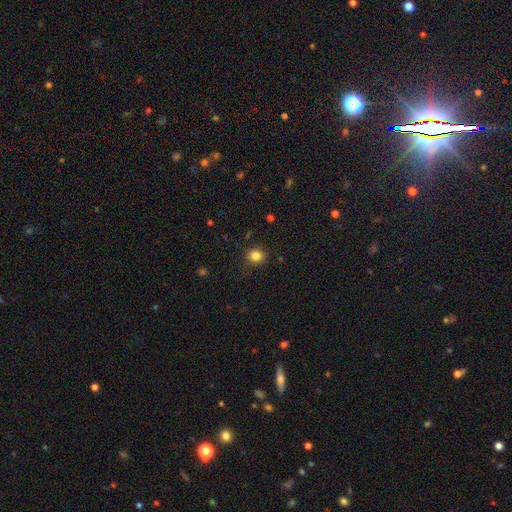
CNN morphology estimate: A smooth galaxy with no disk features (84%) that is round (75%). Merging: none (87%).